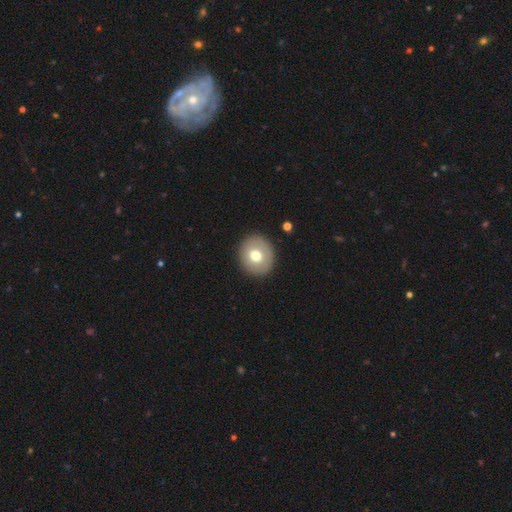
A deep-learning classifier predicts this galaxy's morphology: Smooth or featured? smooth (70%)
How rounded? round (80%)
Merging? none (91%)